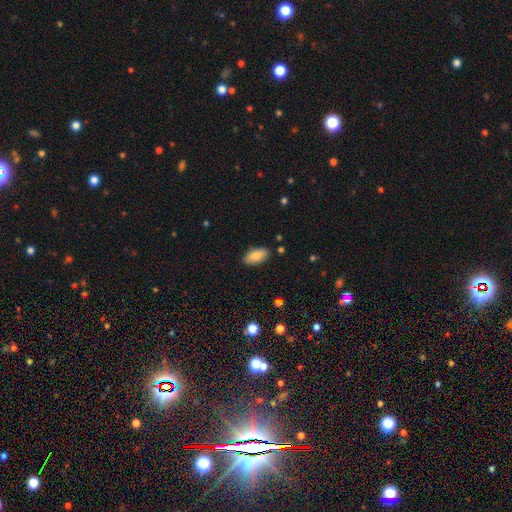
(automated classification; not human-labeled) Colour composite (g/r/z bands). It shows a smooth galaxy with no disk features (81%) that is in between round and cigar-shaped (93%). Merging: none (87%).